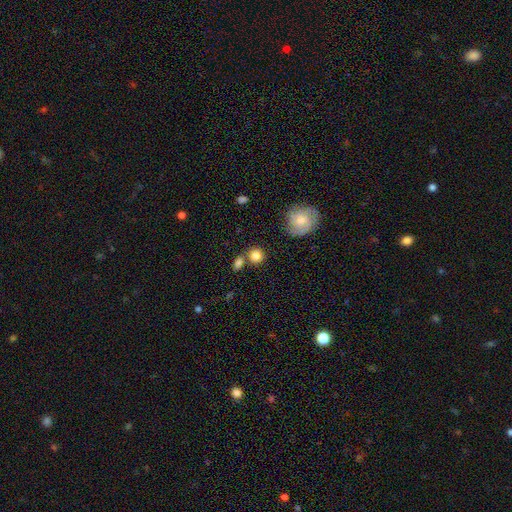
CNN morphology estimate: Smooth or featured?
  - smooth: 82% *
  - featured or disk: 10%
  - star or artifact: 8%
How rounded?
  - round: 87% *
  - in between: 12%
  - cigar-shaped: 1%
Merging?
  - none: 67% *
  - merger: 19%
  - minor disturbance: 10%
  - major disturbance: 4%